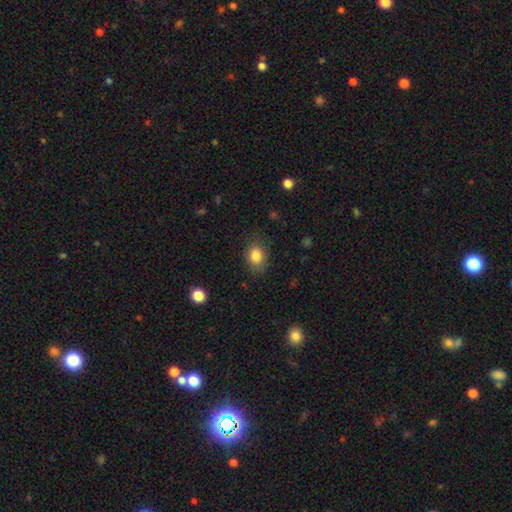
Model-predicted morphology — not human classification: smooth 84%, star or artifact 9%, featured or disk 7%. Down the decision tree: how rounded — in between (64%); merging — none (80%).